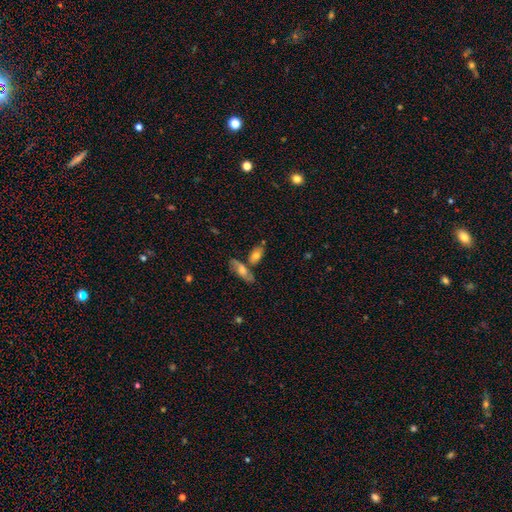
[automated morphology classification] smooth_or_featured: smooth (p=0.71) [alt: featured or disk p=0.21]
how_rounded: in between (p=0.85) [alt: cigar-shaped p=0.08]
merging: none (p=0.52) [alt: merger p=0.30]